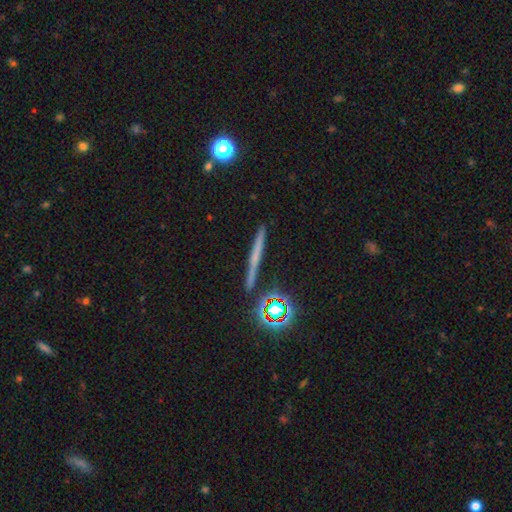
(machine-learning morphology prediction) Q: Smooth or featured?
A: featured or disk (43%); runner-up: smooth (37%)
Q: Merging?
A: none (88%); runner-up: minor disturbance (7%)